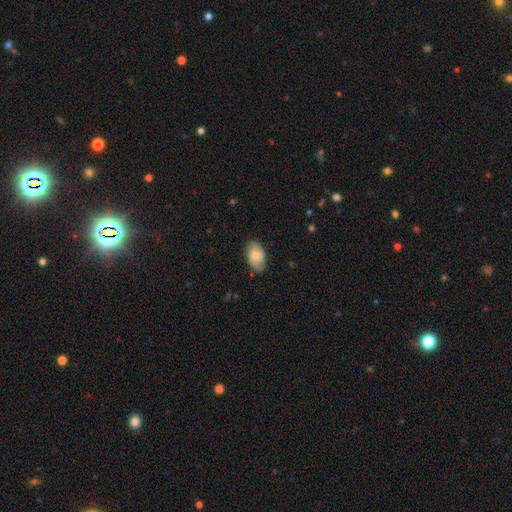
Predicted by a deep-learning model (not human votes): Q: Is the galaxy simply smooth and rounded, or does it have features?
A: smooth — 61%.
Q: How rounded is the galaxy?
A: in between — 92%.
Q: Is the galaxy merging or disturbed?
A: none — 78%.